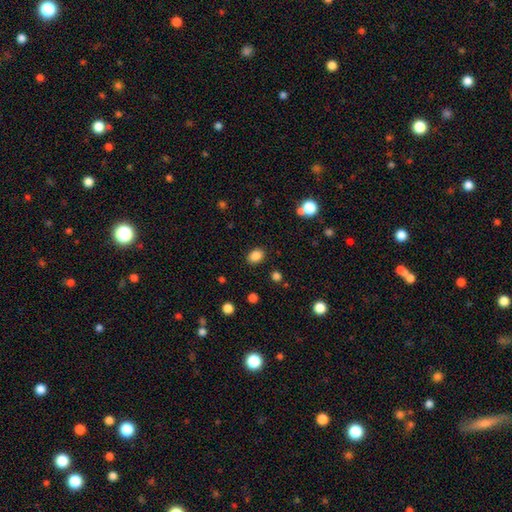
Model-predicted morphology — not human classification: smooth-or-featured: smooth: 86% | star or artifact: 10% | featured or disk: 4%
  how-rounded: in between: 67% | round: 32% | cigar-shaped: 1%
  merging: none: 87% | minor disturbance: 9% | major disturbance: 3% | merger: 2%